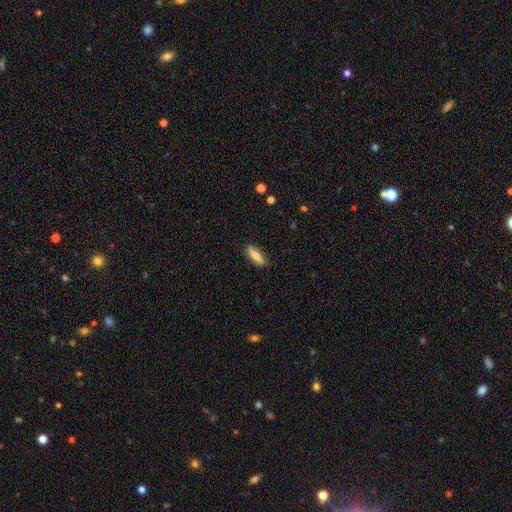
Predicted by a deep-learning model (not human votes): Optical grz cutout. It shows a smooth galaxy with no disk features (71%) that is in between round and cigar-shaped (57%). Merging: none (86%).